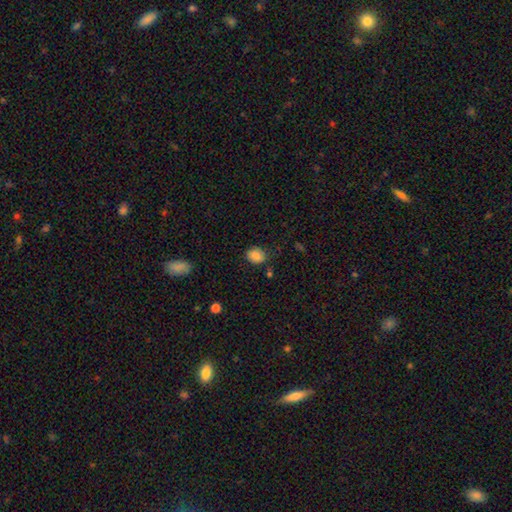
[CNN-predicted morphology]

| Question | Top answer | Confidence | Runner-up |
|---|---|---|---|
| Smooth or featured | smooth | 85% | star or artifact (9%) |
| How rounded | in between | 50% | round (49%) |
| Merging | none | 79% | minor disturbance (15%) |